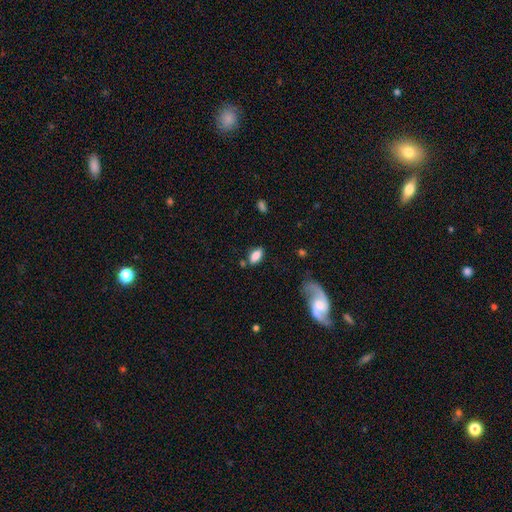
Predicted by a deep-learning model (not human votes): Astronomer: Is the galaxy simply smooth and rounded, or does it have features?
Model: smooth — 84%.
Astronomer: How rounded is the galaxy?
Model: in between — 90%.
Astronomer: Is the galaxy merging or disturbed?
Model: none — 73%.